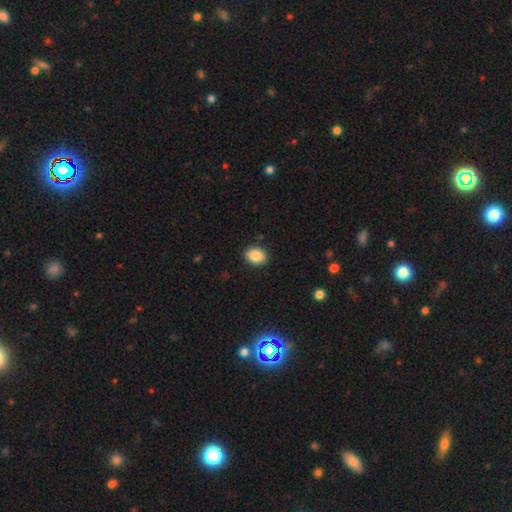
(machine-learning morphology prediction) A smooth galaxy with no disk features (87%) that is in between round and cigar-shaped (62%).

Vote fractions:
- Smooth or featured? smooth: 87% / star or artifact: 8% / featured or disk: 5%
- How rounded? in between: 62% / round: 37% / cigar-shaped: 1%
- Merging? none: 90% / minor disturbance: 7% / major disturbance: 2% / merger: 1%